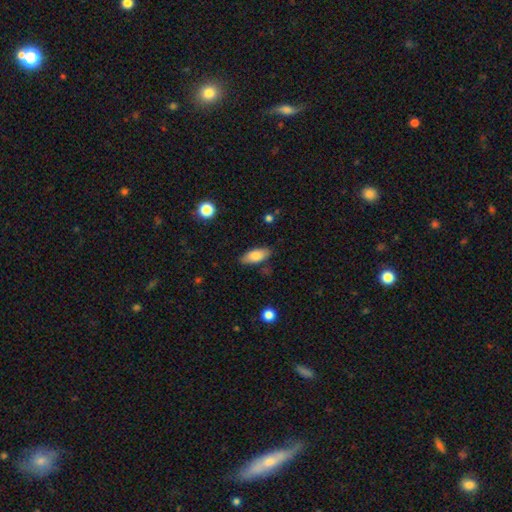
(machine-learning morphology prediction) A smooth galaxy with no disk features (81%) that is in between round and cigar-shaped (83%). Merging: none (83%).